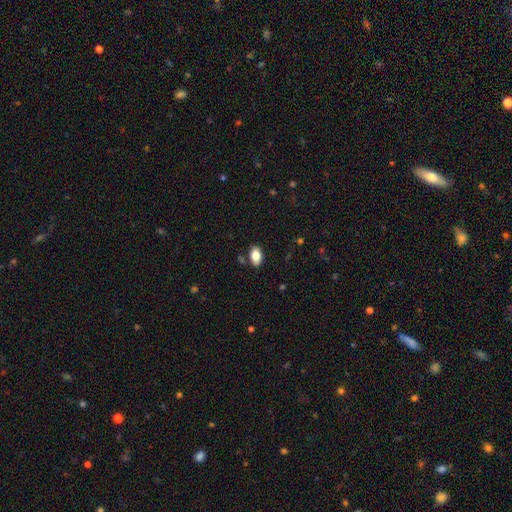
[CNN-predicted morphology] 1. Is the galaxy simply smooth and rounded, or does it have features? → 81% smooth, 12% featured or disk, 8% star or artifact.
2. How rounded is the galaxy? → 91% in between, 7% round, 2% cigar-shaped.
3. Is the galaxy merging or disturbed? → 85% none, 10% minor disturbance, 3% merger, 2% major disturbance.